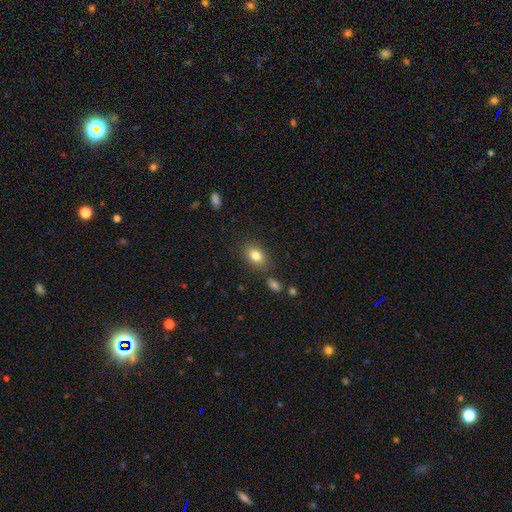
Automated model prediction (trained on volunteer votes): Smooth or featured? smooth (81%)
How rounded? in between (79%)
Merging? none (81%)